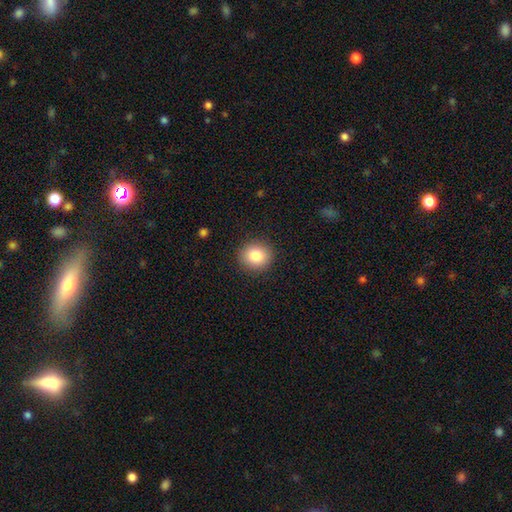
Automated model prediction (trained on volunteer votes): This appears to be a smooth galaxy with no disk features (84%) that is round (84%). Merging: none (91%).